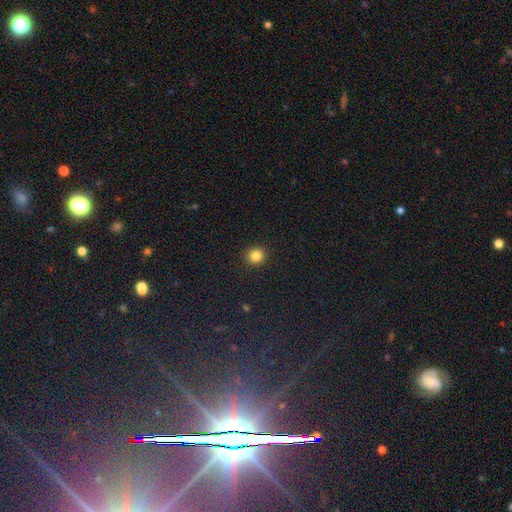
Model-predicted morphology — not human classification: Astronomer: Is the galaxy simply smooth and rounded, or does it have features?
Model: smooth — 84%.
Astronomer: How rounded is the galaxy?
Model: round — 92%.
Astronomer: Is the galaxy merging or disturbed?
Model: none — 92%.